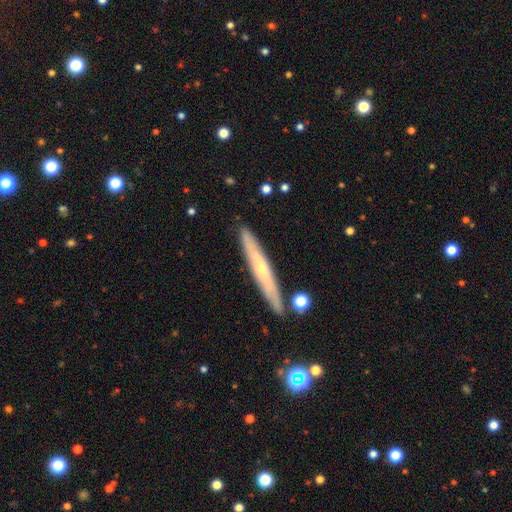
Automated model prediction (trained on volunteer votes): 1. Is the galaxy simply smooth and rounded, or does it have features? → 58% featured or disk, 35% smooth, 7% star or artifact.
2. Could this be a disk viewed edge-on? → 85% yes, 15% no.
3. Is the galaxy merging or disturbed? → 86% none, 9% minor disturbance, 2% merger, 2% major disturbance.